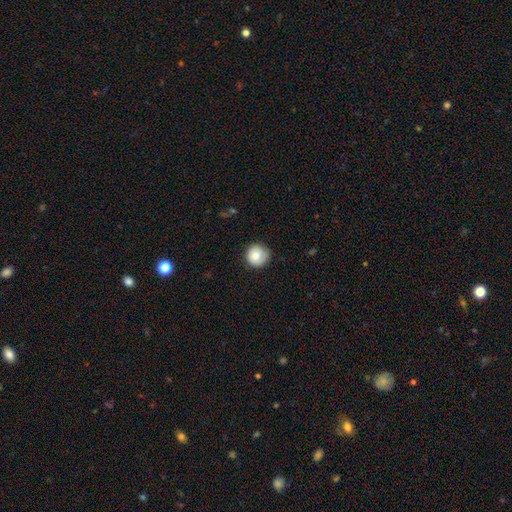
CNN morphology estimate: Smooth or featured? smooth (80%)
How rounded? round (93%)
Merging? none (80%)